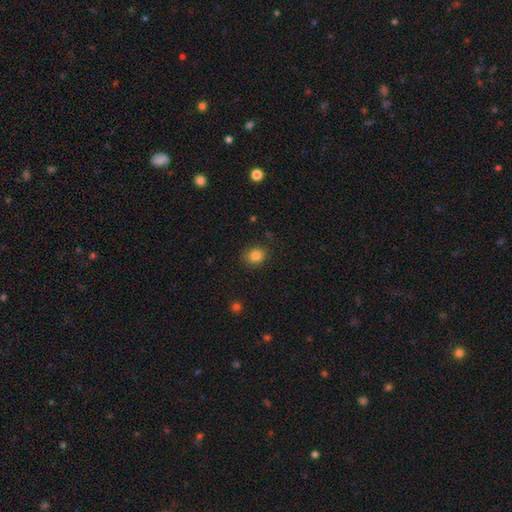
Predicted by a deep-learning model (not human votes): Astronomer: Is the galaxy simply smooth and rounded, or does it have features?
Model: smooth — 84%.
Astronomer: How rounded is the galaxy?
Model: round — 66%.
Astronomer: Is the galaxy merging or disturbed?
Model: none — 85%.